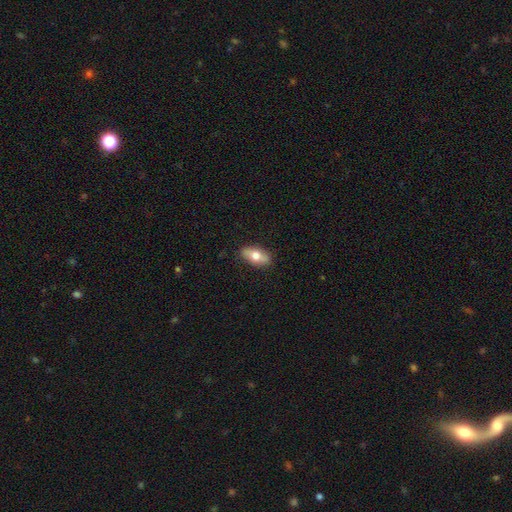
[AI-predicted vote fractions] Smooth or featured? smooth (68%)
How rounded? in between (86%)
Merging? none (86%)